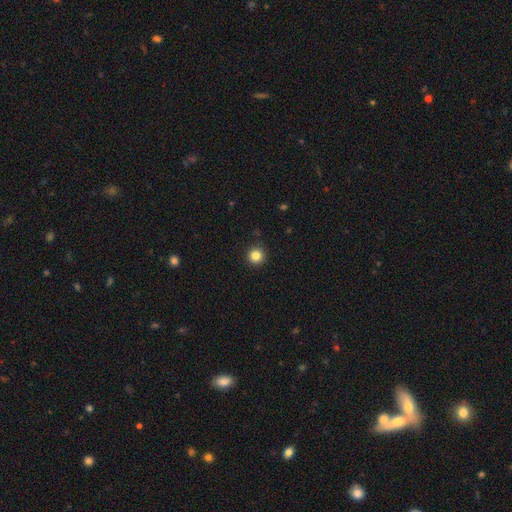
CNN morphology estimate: Smooth or featured? smooth (84%)
How rounded? round (96%)
Merging? none (92%)